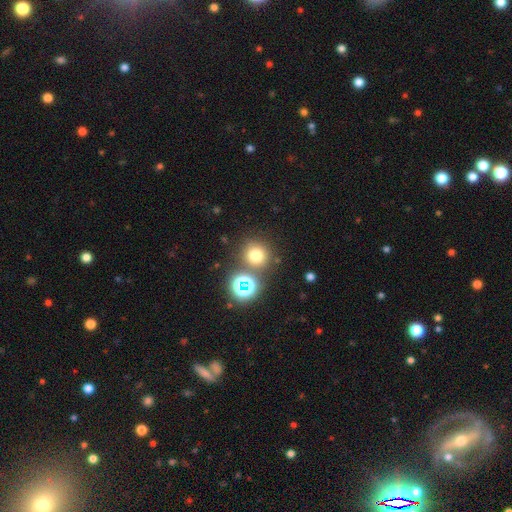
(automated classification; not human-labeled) smooth_or_featured: smooth (p=0.68) [alt: star or artifact p=0.24]
how_rounded: round (p=0.92) [alt: in between p=0.07]
merging: none (p=0.75) [alt: merger p=0.13]